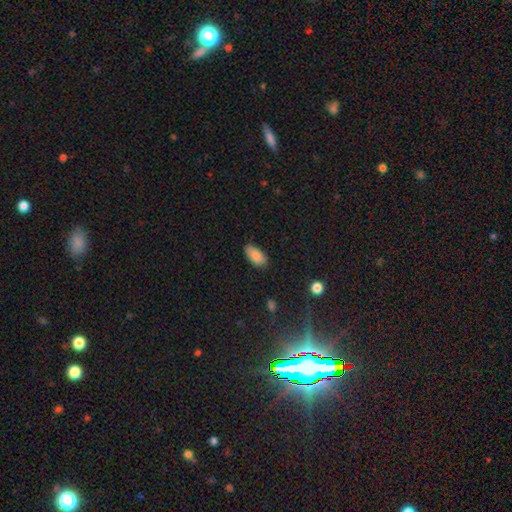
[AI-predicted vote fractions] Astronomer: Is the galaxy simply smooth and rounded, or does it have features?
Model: smooth — 87%.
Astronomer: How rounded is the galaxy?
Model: in between — 93%.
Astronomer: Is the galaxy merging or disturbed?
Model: none — 83%.